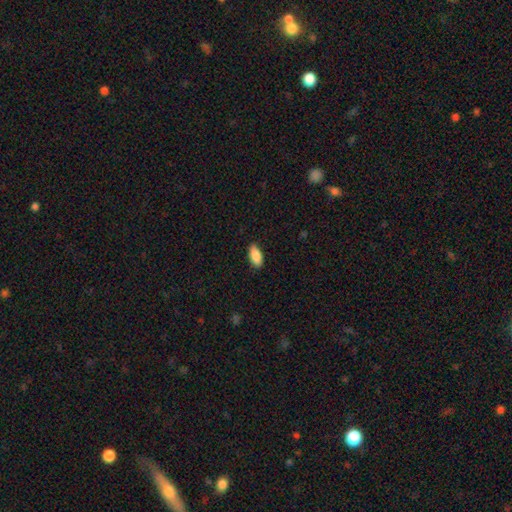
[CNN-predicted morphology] Smooth or featured?
  - smooth: 89% *
  - star or artifact: 6%
  - featured or disk: 5%
How rounded?
  - in between: 89% *
  - cigar-shaped: 9%
  - round: 2%
Merging?
  - none: 87% *
  - minor disturbance: 10%
  - major disturbance: 2%
  - merger: 1%